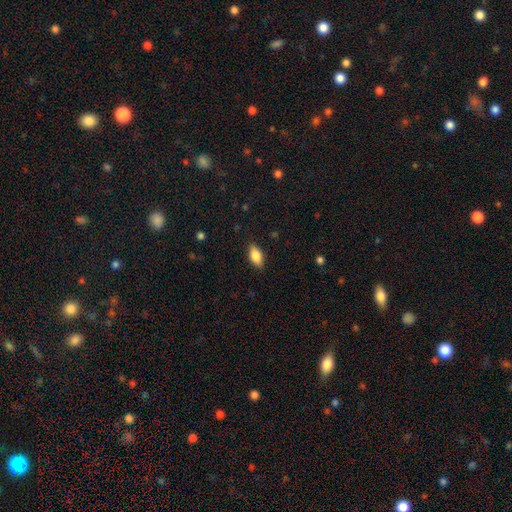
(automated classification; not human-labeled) Overall: smooth (84%). How rounded: in between (90%). Merging: none (87%).